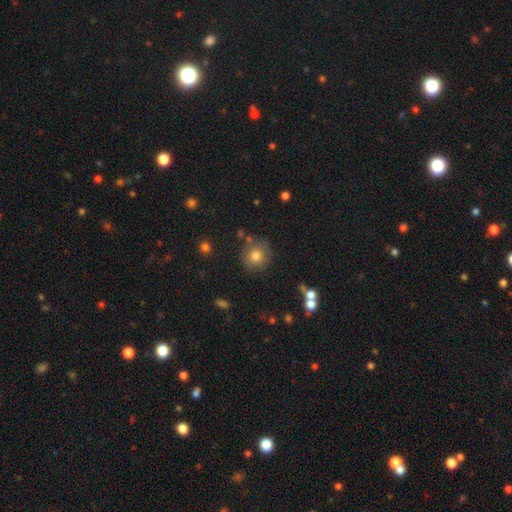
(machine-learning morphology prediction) smooth 80%, star or artifact 11%, featured or disk 9%. Down the decision tree: how rounded — round (89%); merging — none (80%).